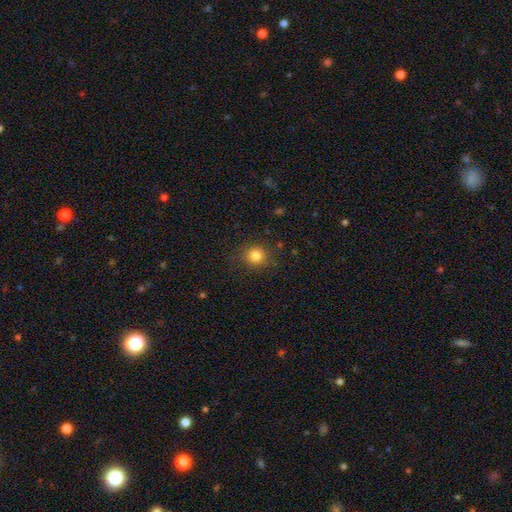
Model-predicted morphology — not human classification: This appears to be a smooth galaxy with no disk features (82%) that is round (88%). Merging: none (86%).